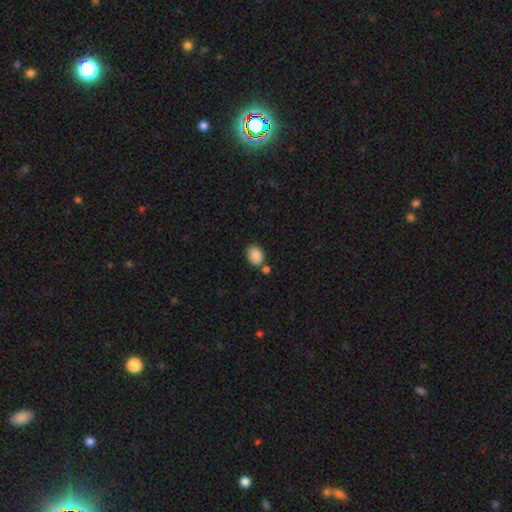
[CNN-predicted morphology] A smooth galaxy with no disk features (88%) that is in between round and cigar-shaped (73%).

Vote fractions:
- Smooth or featured? smooth: 88% / star or artifact: 8% / featured or disk: 4%
- How rounded? in between: 73% / round: 26% / cigar-shaped: 1%
- Merging? none: 66% / merger: 16% / minor disturbance: 14% / major disturbance: 4%